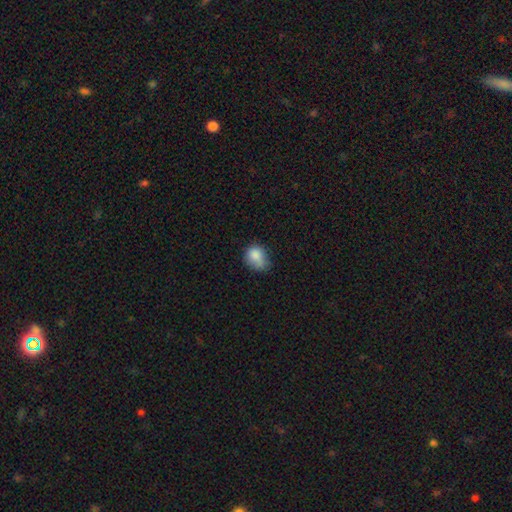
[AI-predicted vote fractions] The model was most divided on "merging": none: 41%, minor disturbance: 40%, major disturbance: 14%, merger: 5%. More confident: smooth or featured — smooth (82%); how rounded — round (53%).